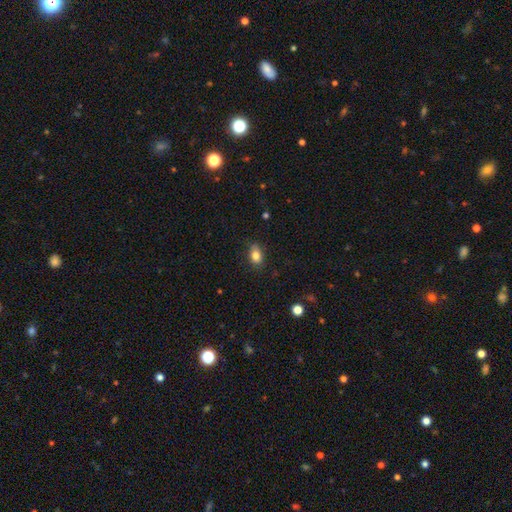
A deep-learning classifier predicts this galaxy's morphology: A smooth galaxy with no disk features (82%) that is in between round and cigar-shaped (81%). Merging: none (79%).